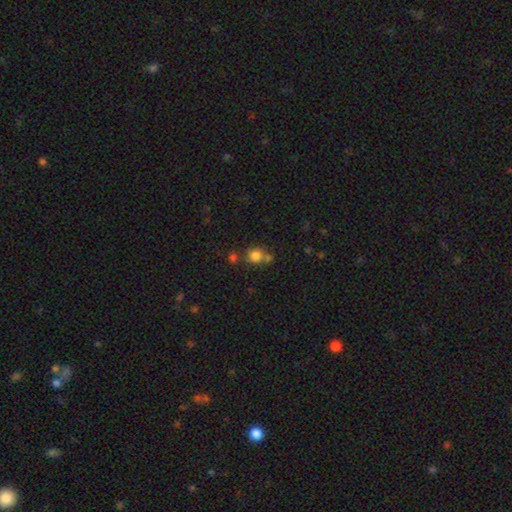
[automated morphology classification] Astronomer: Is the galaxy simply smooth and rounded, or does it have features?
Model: smooth — 79%.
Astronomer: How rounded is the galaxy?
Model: round — 82%.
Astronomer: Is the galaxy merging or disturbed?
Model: none — 54%.